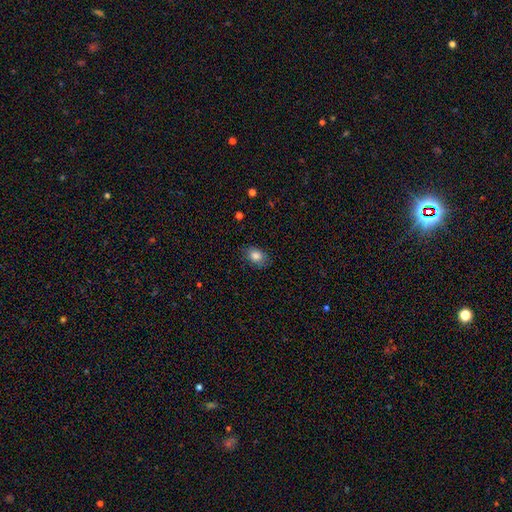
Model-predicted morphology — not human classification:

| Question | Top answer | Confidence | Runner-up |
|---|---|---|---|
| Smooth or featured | smooth | 84% | star or artifact (9%) |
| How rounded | in between | 67% | round (32%) |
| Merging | none | 81% | minor disturbance (15%) |